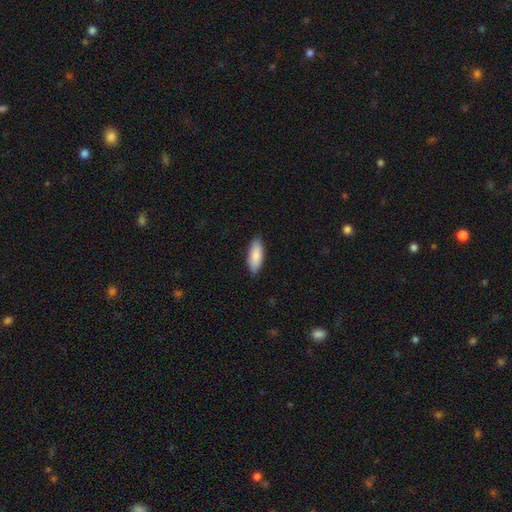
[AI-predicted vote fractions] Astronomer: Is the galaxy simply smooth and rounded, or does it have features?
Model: smooth — 87%.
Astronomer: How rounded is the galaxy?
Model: in between — 78%.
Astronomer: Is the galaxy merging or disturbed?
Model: none — 88%.